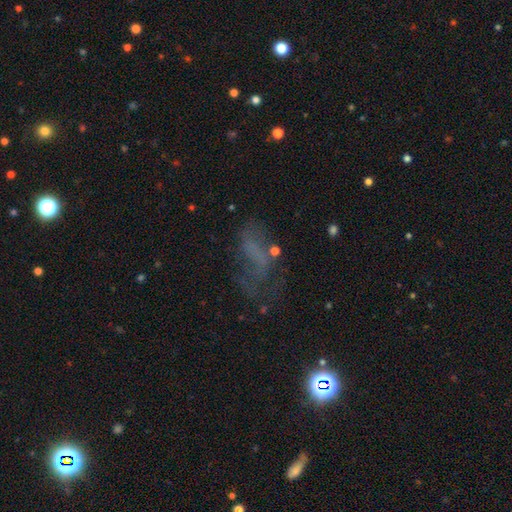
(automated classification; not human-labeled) Smooth or featured? Predicted: featured or disk (p=0.37). Merging? Predicted: none (p=0.42).